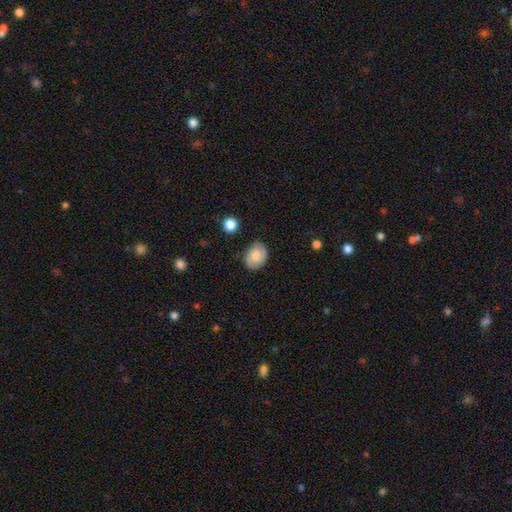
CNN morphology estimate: Overall: smooth (72%). How rounded: in between (67%; round 32%). Merging: none (72%).